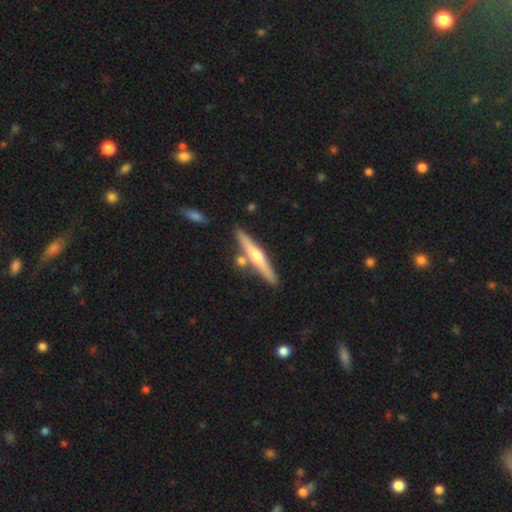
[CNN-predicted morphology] This is likely a featured or disk galaxy (64%). It is clearly viewed edge-on (97%). Edge-on bulge: clearly rounded (89%). Merging: clearly none (82%).